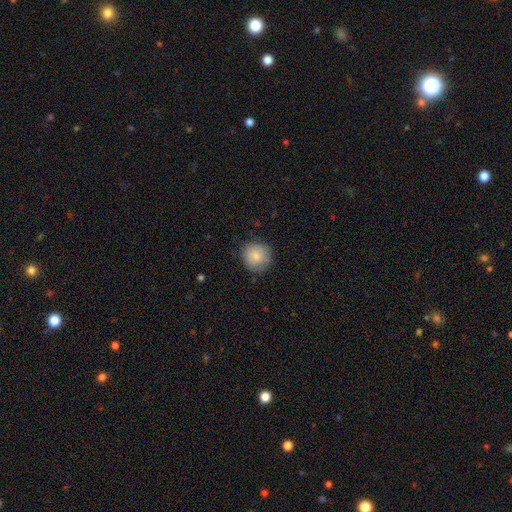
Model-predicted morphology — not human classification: smooth-or-featured: smooth: 85% | featured or disk: 8% | star or artifact: 7%
  how-rounded: round: 92% | in between: 7% | cigar-shaped: 1%
  merging: none: 81% | minor disturbance: 14% | major disturbance: 3% | merger: 1%